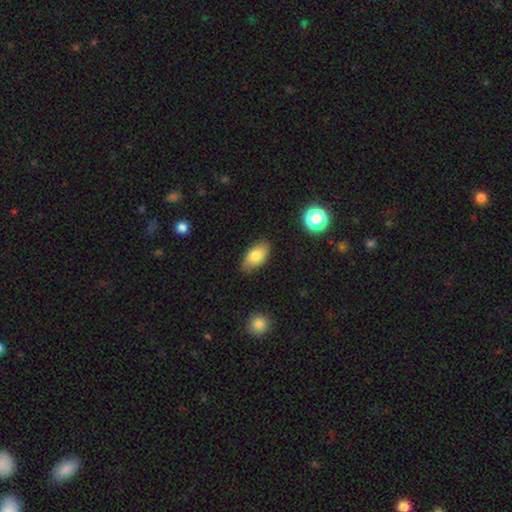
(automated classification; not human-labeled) This appears to be a smooth galaxy with no disk features (80%) that is in between round and cigar-shaped (92%). Merging: none (82%).